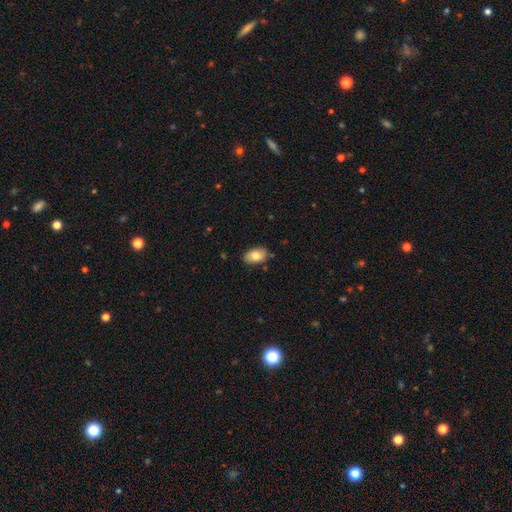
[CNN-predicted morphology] type=smooth (79%); roundness=in between (92%); merging=none (82%).